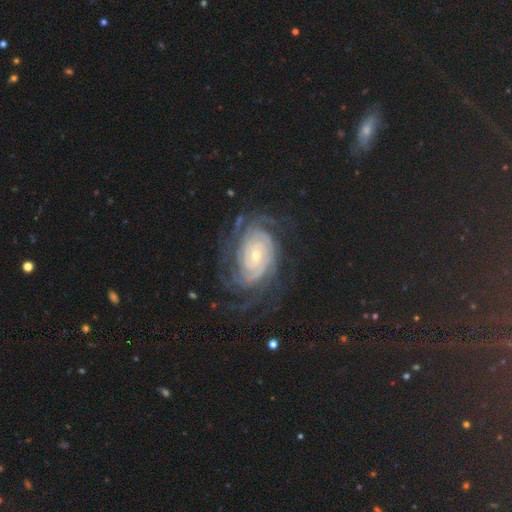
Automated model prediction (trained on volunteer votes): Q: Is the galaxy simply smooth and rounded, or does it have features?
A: featured or disk — 88%.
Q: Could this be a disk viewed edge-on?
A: no — 97%.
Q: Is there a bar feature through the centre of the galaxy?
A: no — 70%.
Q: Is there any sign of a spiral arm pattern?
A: yes — 98%.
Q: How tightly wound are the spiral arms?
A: tight — 79%.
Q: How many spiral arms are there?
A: can't tell — 25%.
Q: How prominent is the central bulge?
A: small — 71%.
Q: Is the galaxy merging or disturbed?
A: none — 73%.